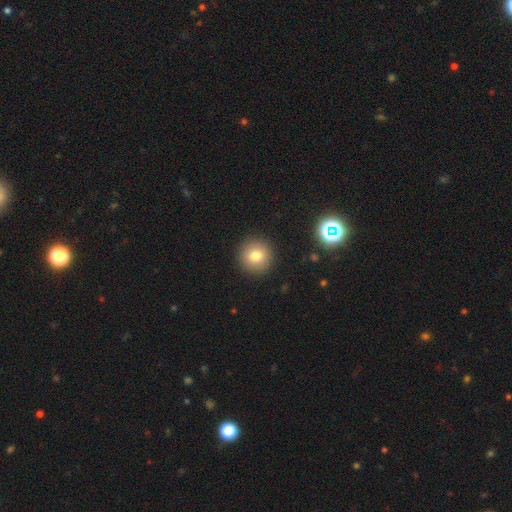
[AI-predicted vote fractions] smooth_or_featured: smooth (p=0.78) [alt: star or artifact p=0.12]
how_rounded: round (p=0.94) [alt: in between p=0.05]
merging: none (p=0.91) [alt: minor disturbance p=0.05]